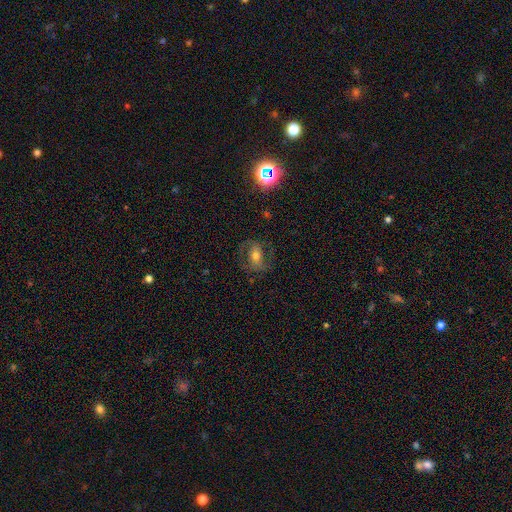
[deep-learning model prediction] This appears to be a featured or disk galaxy (49%). Merging: none (69%).